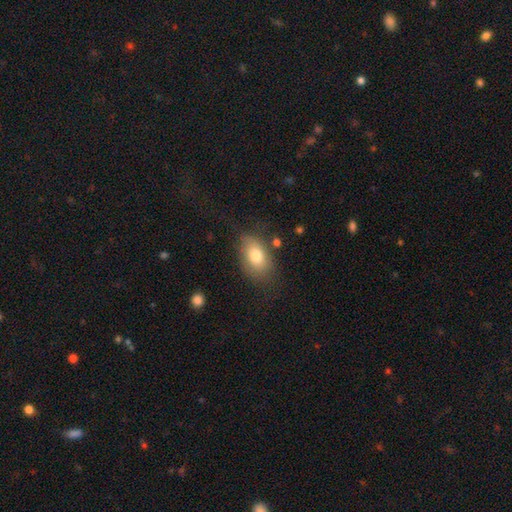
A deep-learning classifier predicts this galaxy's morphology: smooth 78%, featured or disk 14%, star or artifact 8%. Down the decision tree: how rounded — in between (88%); merging — none (71%).